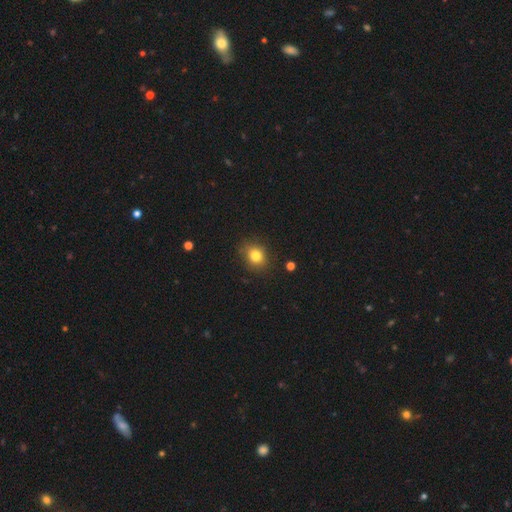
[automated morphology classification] smooth_or_featured: smooth (p=0.81) [alt: star or artifact p=0.12]
how_rounded: round (p=0.62) [alt: in between p=0.37]
merging: none (p=0.82) [alt: minor disturbance p=0.13]